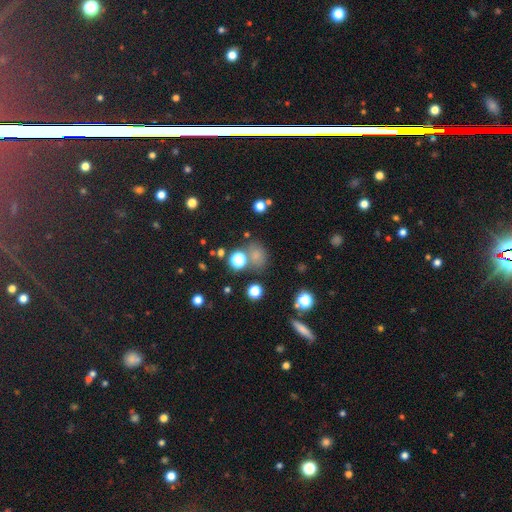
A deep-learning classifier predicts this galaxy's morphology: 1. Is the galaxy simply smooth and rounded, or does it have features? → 65% smooth, 27% star or artifact, 8% featured or disk.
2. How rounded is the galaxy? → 53% round, 46% in between, 1% cigar-shaped.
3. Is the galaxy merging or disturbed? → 67% none, 15% minor disturbance, 12% merger, 7% major disturbance.